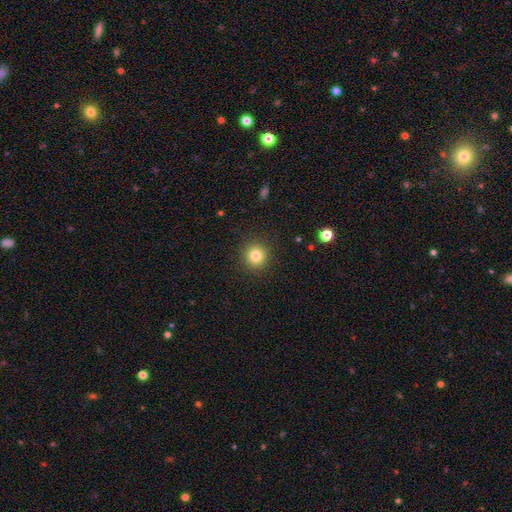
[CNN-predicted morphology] Overall: smooth (82%). How rounded: round (93%). Merging: none (91%).